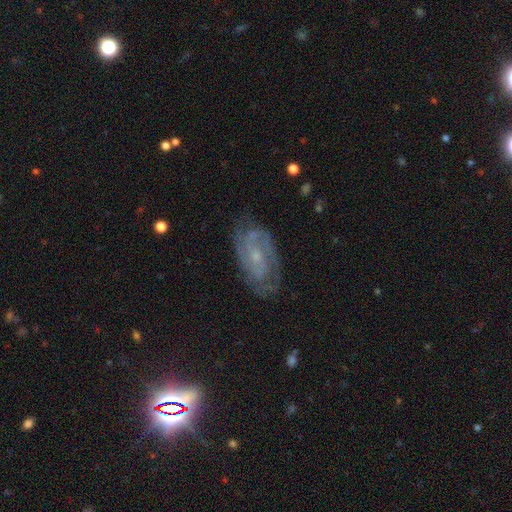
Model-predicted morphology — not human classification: A featured or disk galaxy (81%) with no bar (55%), 2 (53%) tight (51%) spiral arms (94%) and a small central bulge (69%).

Vote fractions:
- Smooth or featured? featured or disk: 81% / smooth: 11% / star or artifact: 8%
- Edge-on disk? no: 96% / yes: 4%
- Bar? no: 55% / weak: 38% / strong: 7%
- Spiral arms? yes: 94% / no: 6%
- Spiral winding? tight: 51% / medium: 39% / loose: 10%
- Spiral arm count? 2: 53% / can't tell: 24% / 3: 12% / 4: 4% / 1: 4% / more than 4: 4%
- Bulge size? small: 69% / moderate: 23% / none: 6% / large: 1% / dominant: 1%
- Merging? none: 76% / minor disturbance: 17% / major disturbance: 6% / merger: 1%